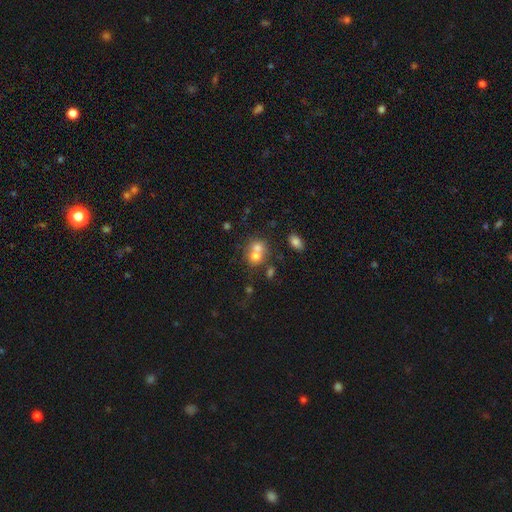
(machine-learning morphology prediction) Smooth or featured: smooth — 68% (featured or disk — 20%)
How rounded: round — 69% (in between — 30%)
Merging: merger — 61% (none — 29%)